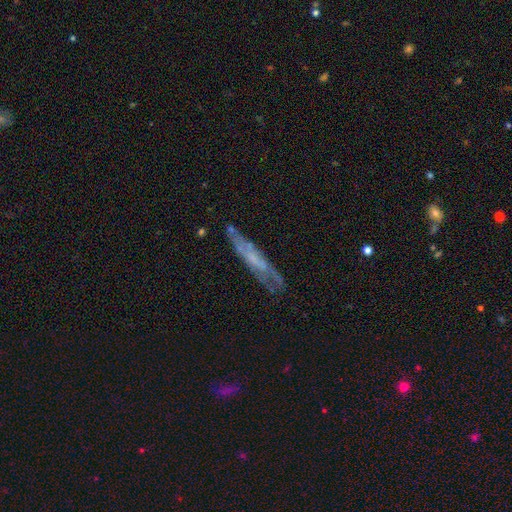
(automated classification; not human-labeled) Morphology: type=featured or disk (58%); edge-on=yes (63%); merging=none (77%).